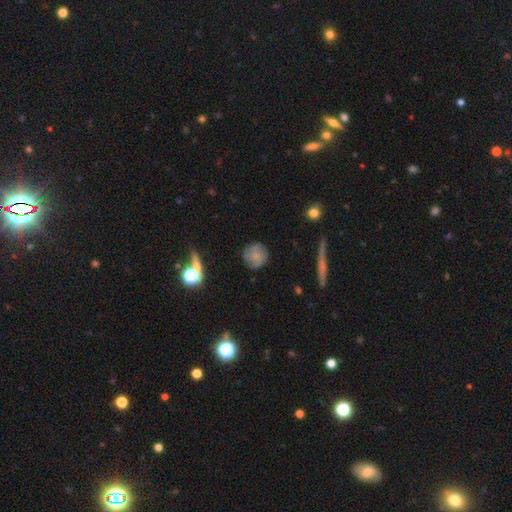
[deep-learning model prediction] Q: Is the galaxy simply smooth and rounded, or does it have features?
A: smooth — 47%.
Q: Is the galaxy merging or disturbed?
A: none — 76%.